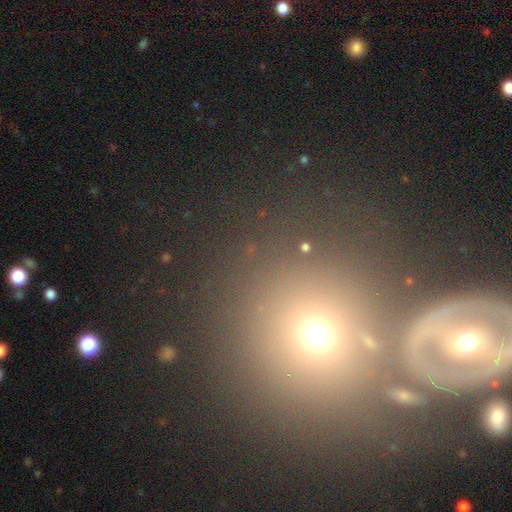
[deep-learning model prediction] Smooth or featured? smooth (49%)
Merging? none (65%)